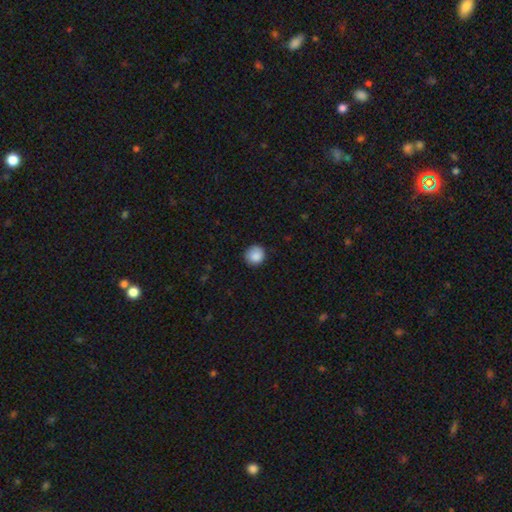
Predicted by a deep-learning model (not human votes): smooth-or-featured: smooth: 88% | star or artifact: 9% | featured or disk: 3%
  how-rounded: round: 92% | in between: 7% | cigar-shaped: 1%
  merging: none: 86% | minor disturbance: 10% | major disturbance: 2% | merger: 1%